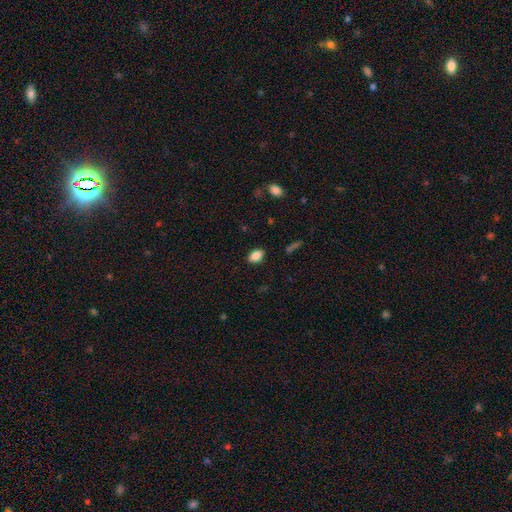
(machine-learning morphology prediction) The model was most divided on "how rounded": in between: 86%, round: 12%, cigar-shaped: 2%. More confident: merging — none (86%); smooth or featured — smooth (86%).